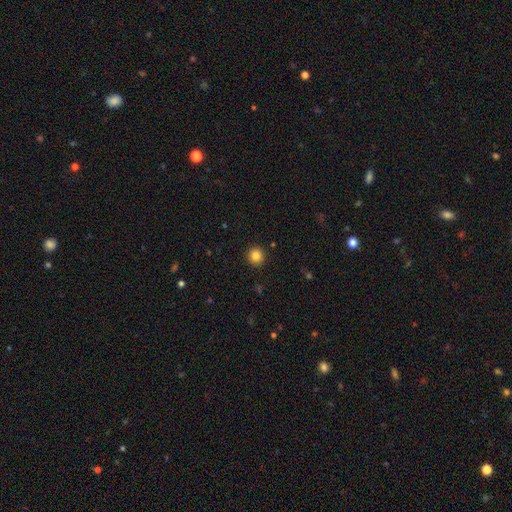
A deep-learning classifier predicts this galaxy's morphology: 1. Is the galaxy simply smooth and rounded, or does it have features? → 84% smooth, 11% star or artifact, 5% featured or disk.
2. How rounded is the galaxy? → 94% round, 5% in between, 1% cigar-shaped.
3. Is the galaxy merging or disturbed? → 92% none, 5% minor disturbance, 2% major disturbance, 1% merger.